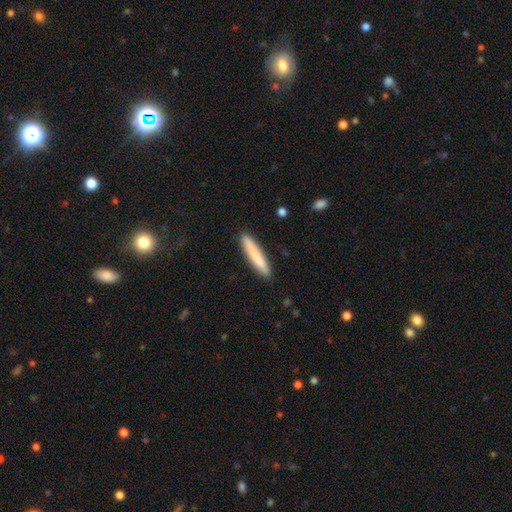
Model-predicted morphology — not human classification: Smooth or featured? Predicted: smooth (p=0.79). How rounded? Predicted: cigar-shaped (p=0.93). Merging? Predicted: none (p=0.89).